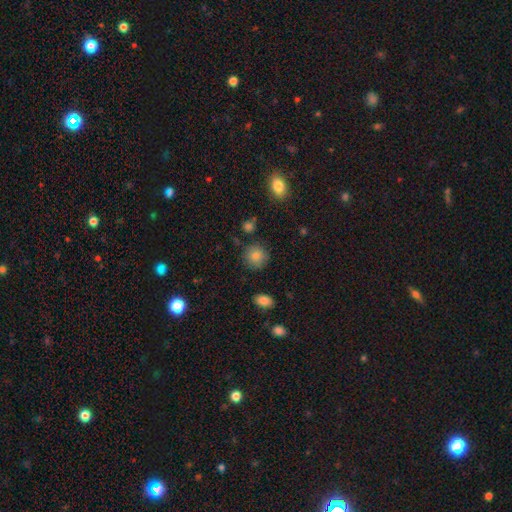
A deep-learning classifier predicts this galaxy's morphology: Smooth or featured? Predicted: smooth (p=0.83). How rounded? Predicted: round (p=0.89). Merging? Predicted: none (p=0.84).